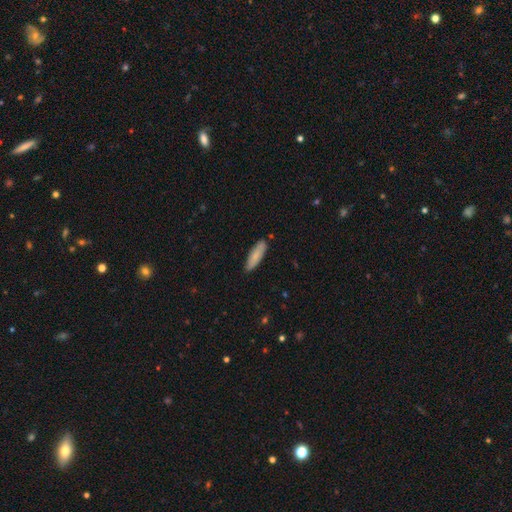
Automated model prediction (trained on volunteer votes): This is clearly a smooth galaxy (82%). How rounded: likely cigar-shaped (62%). Merging: clearly none (85%).